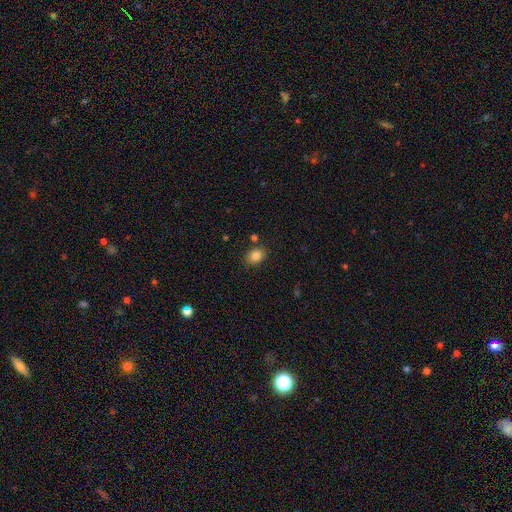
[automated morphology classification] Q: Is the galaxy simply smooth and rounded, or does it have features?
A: smooth — 84%.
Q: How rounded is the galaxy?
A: in between — 58%.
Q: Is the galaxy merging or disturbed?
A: none — 82%.